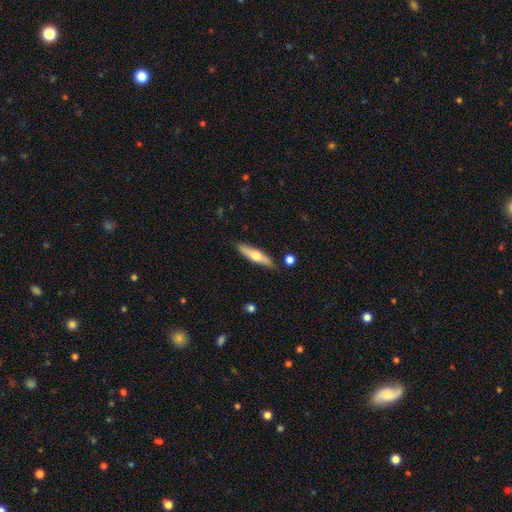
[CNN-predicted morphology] Smooth or featured: smooth — 48% (featured or disk — 47%)
Merging: none — 85% (minor disturbance — 10%)